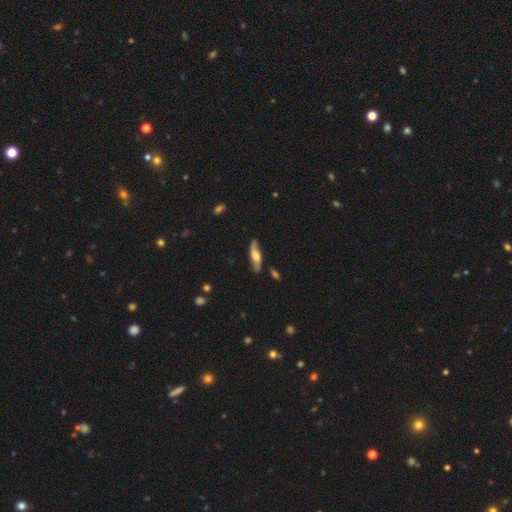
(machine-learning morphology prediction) smooth_or_featured: featured or disk (p=0.70) [alt: smooth p=0.24]
disk_edge_on: no (p=0.59) [alt: yes p=0.41]
merging: none (p=0.80) [alt: minor disturbance p=0.15]